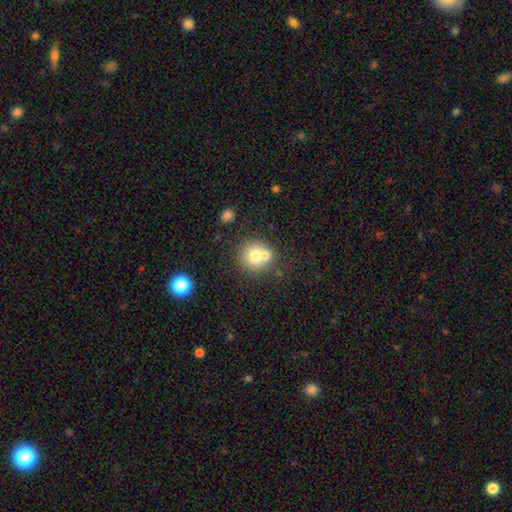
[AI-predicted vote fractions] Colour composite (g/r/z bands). It shows a smooth galaxy with no disk features (70%) that is round (88%). Merging: none (49%).